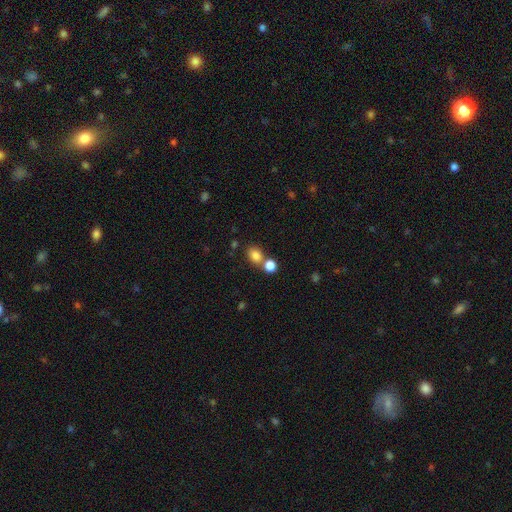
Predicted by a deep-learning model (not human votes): Smooth or featured? Predicted: smooth (p=0.82). How rounded? Predicted: in between (p=0.53). Merging? Predicted: none (p=0.57).